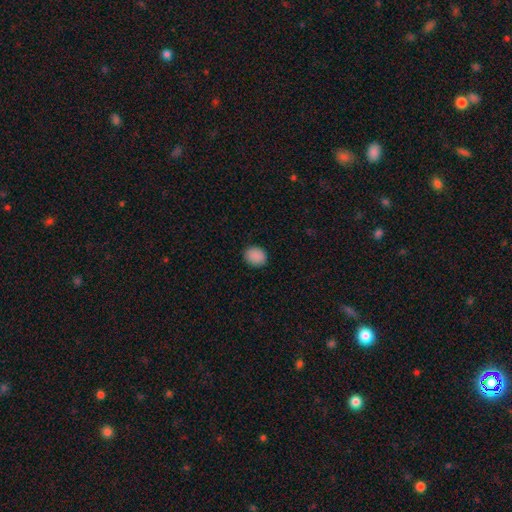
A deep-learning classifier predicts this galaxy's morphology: Smooth or featured: smooth — 89% (star or artifact — 9%)
How rounded: round — 58% (in between — 41%)
Merging: none — 88% (minor disturbance — 9%)